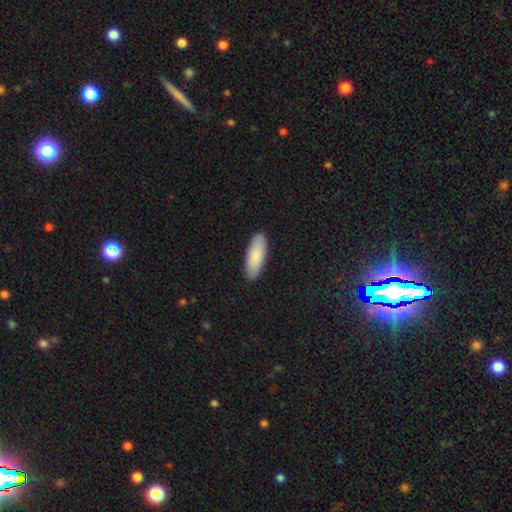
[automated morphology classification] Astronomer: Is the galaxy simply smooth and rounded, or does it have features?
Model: smooth — 88%.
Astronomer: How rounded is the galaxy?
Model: in between — 67%.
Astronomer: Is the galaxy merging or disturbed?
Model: none — 90%.